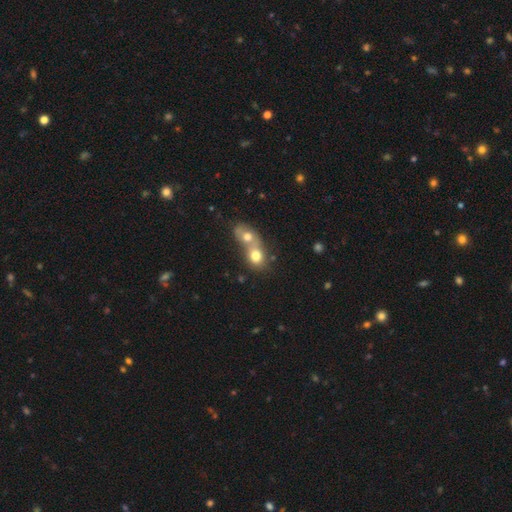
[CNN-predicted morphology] This appears to be a smooth galaxy with no disk features (74%) that is round (54%). Merging: merger (73%).